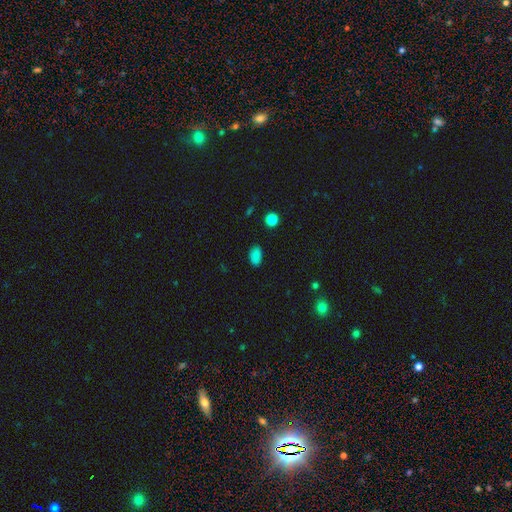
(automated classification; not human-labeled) smooth 83%, star or artifact 12%, featured or disk 5%. Down the decision tree: how rounded — in between (91%); merging — none (84%).